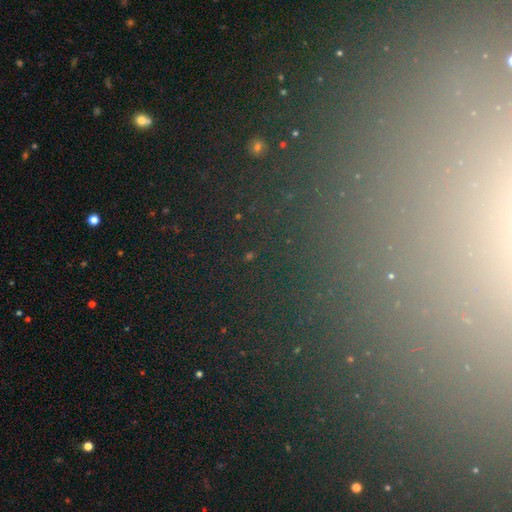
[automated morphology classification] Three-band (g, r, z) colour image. It shows a star or artifact, not a galaxy (70%).